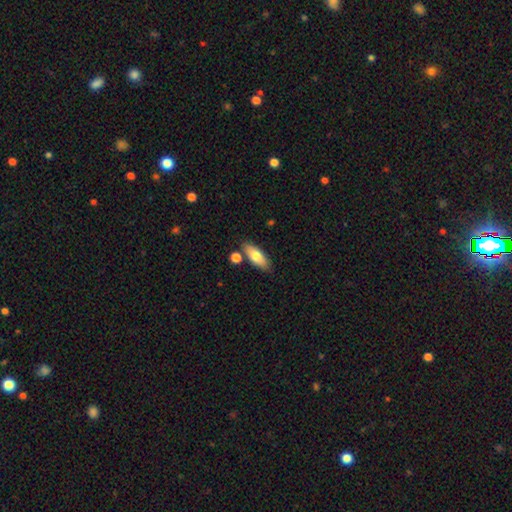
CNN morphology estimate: smooth-or-featured: smooth: 73% | featured or disk: 20% | star or artifact: 6%
  how-rounded: in between: 73% | cigar-shaped: 24% | round: 3%
  merging: none: 77% | minor disturbance: 11% | merger: 9% | major disturbance: 3%